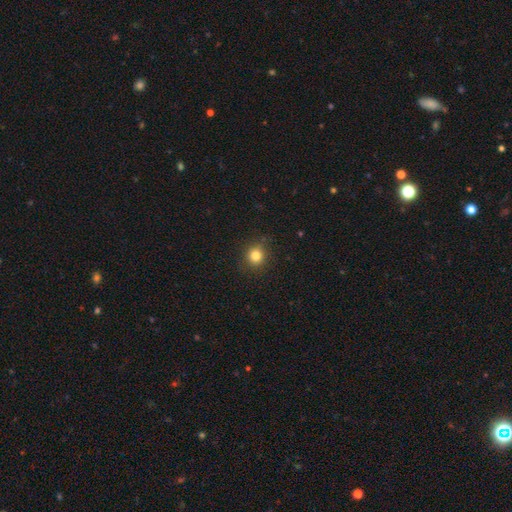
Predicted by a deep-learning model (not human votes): A smooth galaxy with no disk features (82%) that is round (84%). Merging: none (87%).